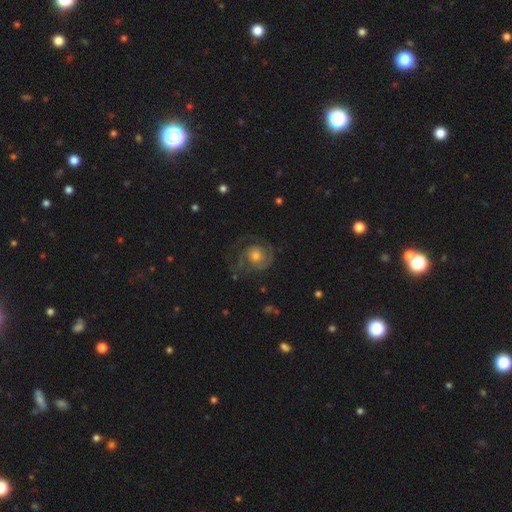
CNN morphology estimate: Q: Smooth or featured?
A: featured or disk (80%); runner-up: smooth (13%)
Q: Edge-on disk?
A: no (98%); runner-up: yes (2%)
Q: Bar?
A: no (77%); runner-up: weak (20%)
Q: Spiral arms?
A: yes (95%); runner-up: no (5%)
Q: Spiral winding?
A: tight (47%); runner-up: medium (40%)
Q: Spiral arm count?
A: 2 (63%); runner-up: can't tell (13%)
Q: Bulge size?
A: moderate (54%); runner-up: small (34%)
Q: Merging?
A: none (65%); runner-up: minor disturbance (17%)